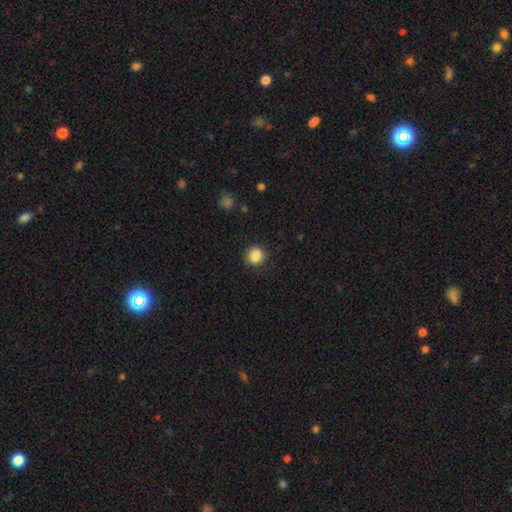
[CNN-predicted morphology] Q: Smooth or featured?
A: smooth (86%); runner-up: star or artifact (10%)
Q: How rounded?
A: round (81%); runner-up: in between (18%)
Q: Merging?
A: none (81%); runner-up: minor disturbance (13%)